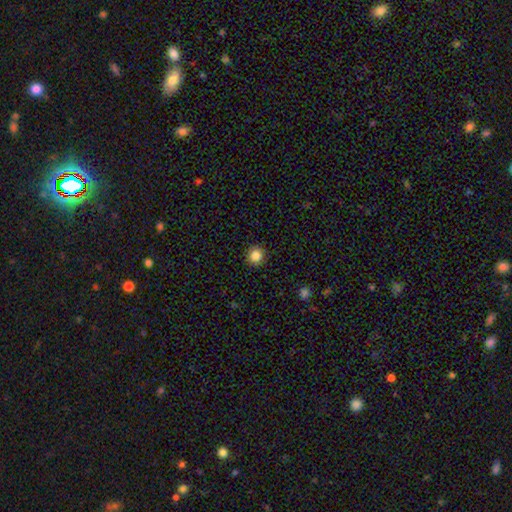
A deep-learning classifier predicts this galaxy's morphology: type=smooth (84%); roundness=round (93%); merging=none (92%).